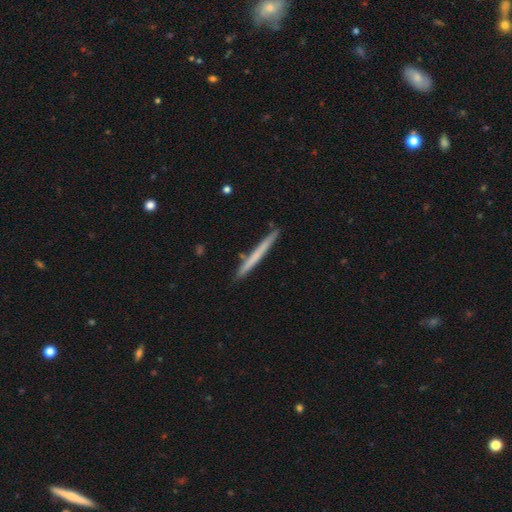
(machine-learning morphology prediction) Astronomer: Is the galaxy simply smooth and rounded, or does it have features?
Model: smooth — 58% (runner-up: featured or disk, 36%).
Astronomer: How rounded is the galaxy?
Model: cigar-shaped — 97%.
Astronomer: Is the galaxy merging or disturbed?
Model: none — 90%.